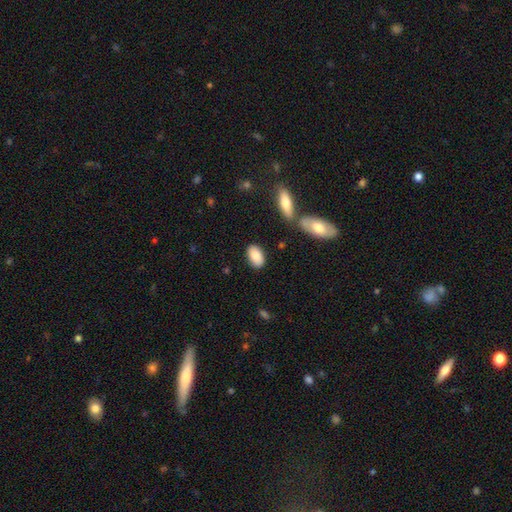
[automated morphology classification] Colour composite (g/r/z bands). It shows a smooth galaxy with no disk features (83%) that is in between round and cigar-shaped (92%). Merging: none (85%).